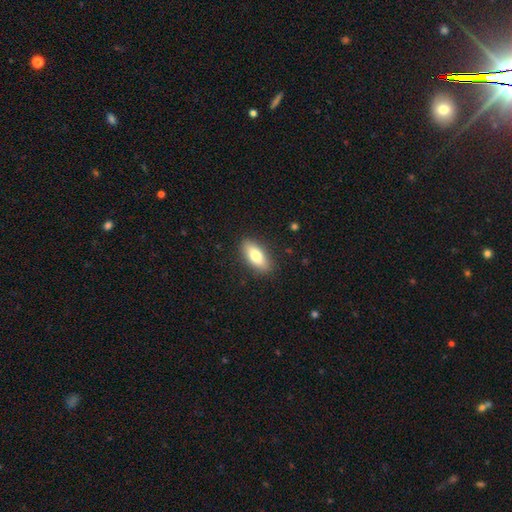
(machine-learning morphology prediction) The model was most divided on "how rounded": in between: 76%, cigar-shaped: 21%, round: 3%. More confident: merging — none (88%); smooth or featured — smooth (75%).